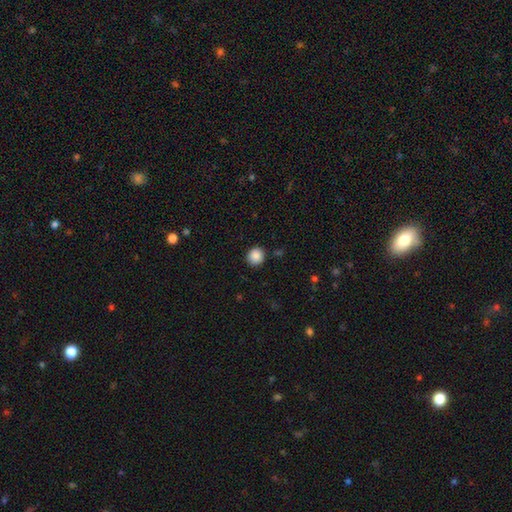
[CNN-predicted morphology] Smooth or featured? Predicted: smooth (p=0.88). How rounded? Predicted: round (p=0.91). Merging? Predicted: none (p=0.90).